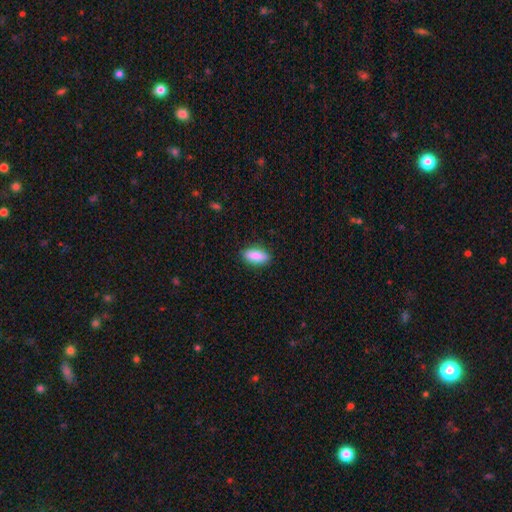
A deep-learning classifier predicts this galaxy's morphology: smooth-or-featured: smooth: 88% | star or artifact: 6% | featured or disk: 6%
  how-rounded: in between: 77% | cigar-shaped: 21% | round: 2%
  merging: none: 87% | minor disturbance: 10% | major disturbance: 2% | merger: 1%